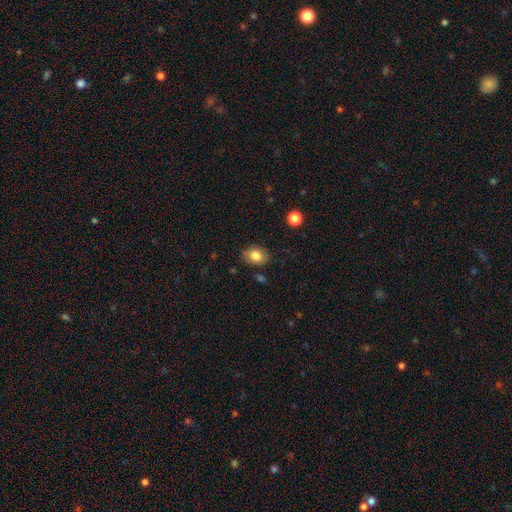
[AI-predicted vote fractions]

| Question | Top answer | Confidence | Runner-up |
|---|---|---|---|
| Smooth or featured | smooth | 83% | star or artifact (9%) |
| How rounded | in between | 58% | round (41%) |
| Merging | none | 82% | minor disturbance (13%) |